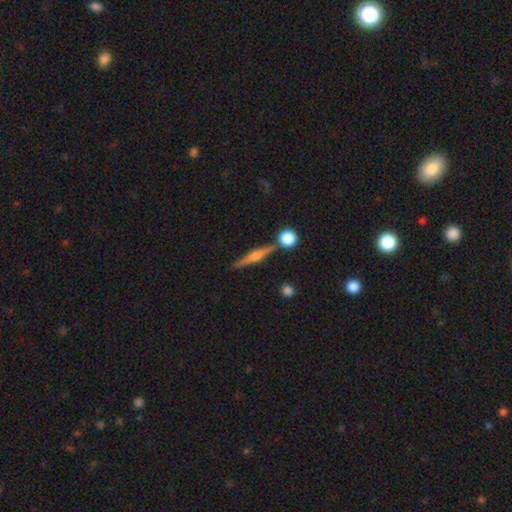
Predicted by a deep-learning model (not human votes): Smooth or featured?
  - featured or disk: 73% *
  - smooth: 19%
  - star or artifact: 8%
Edge-on disk?
  - yes: 97% *
  - no: 3%
Edge-on bulge?
  - rounded: 86% *
  - boxy: 9%
  - none: 5%
Merging?
  - none: 84% *
  - minor disturbance: 8%
  - merger: 6%
  - major disturbance: 2%